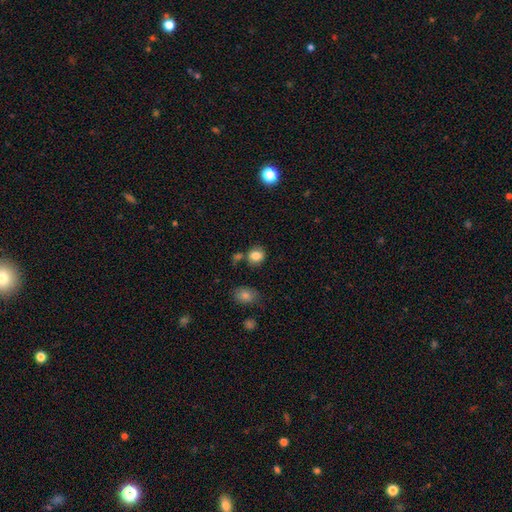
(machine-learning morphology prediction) A smooth galaxy with no disk features (83%) that is round (73%).

Vote fractions:
- Smooth or featured? smooth: 83% / star or artifact: 10% / featured or disk: 7%
- How rounded? round: 73% / in between: 26% / cigar-shaped: 1%
- Merging? none: 72% / minor disturbance: 14% / merger: 10% / major disturbance: 4%